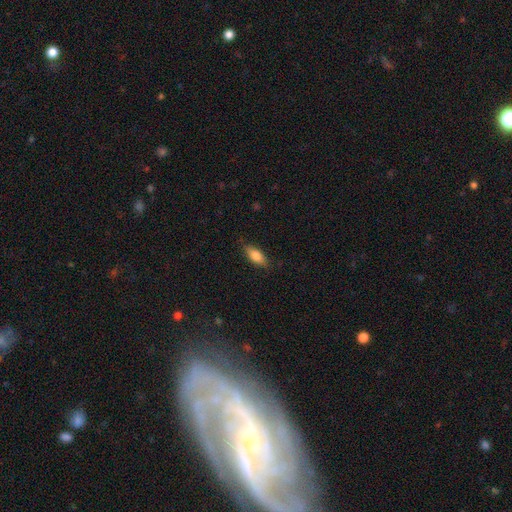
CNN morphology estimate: A smooth galaxy with no disk features (81%) that is in between round and cigar-shaped (79%). Merging: none (81%).